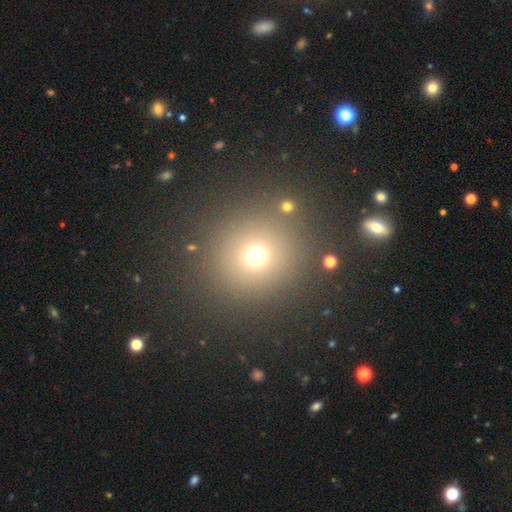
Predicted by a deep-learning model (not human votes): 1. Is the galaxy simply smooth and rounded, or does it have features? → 68% smooth, 24% star or artifact, 8% featured or disk.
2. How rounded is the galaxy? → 90% round, 9% in between, 1% cigar-shaped.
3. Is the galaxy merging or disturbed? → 82% none, 8% minor disturbance, 5% merger, 5% major disturbance.